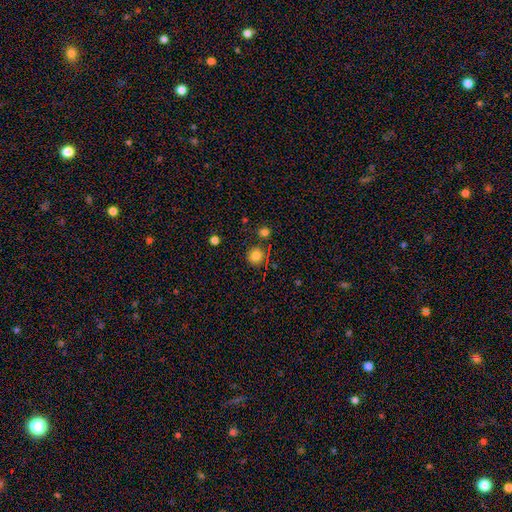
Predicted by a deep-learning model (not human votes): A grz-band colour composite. It shows a smooth galaxy with no disk features (81%) that is round (93%). Merging: none (80%).